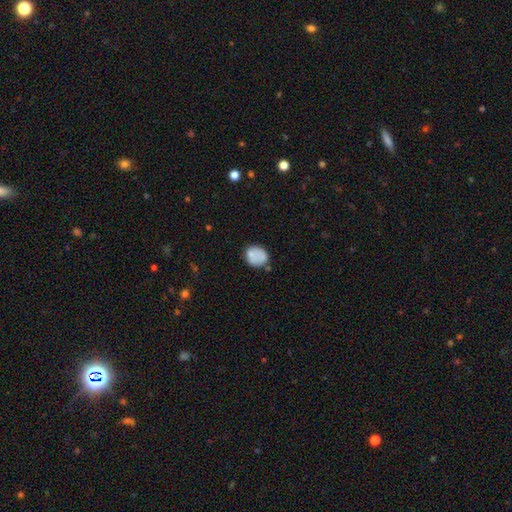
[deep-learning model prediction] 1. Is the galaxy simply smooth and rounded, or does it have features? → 77% smooth, 15% featured or disk, 8% star or artifact.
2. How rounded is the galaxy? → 66% round, 33% in between, 1% cigar-shaped.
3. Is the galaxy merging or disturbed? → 62% none, 21% minor disturbance, 10% merger, 6% major disturbance.